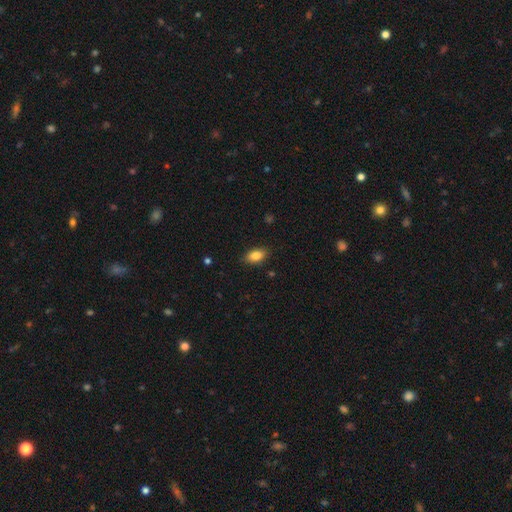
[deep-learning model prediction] This is clearly a smooth galaxy (84%). How rounded: clearly in between (88%). Merging: clearly none (85%).